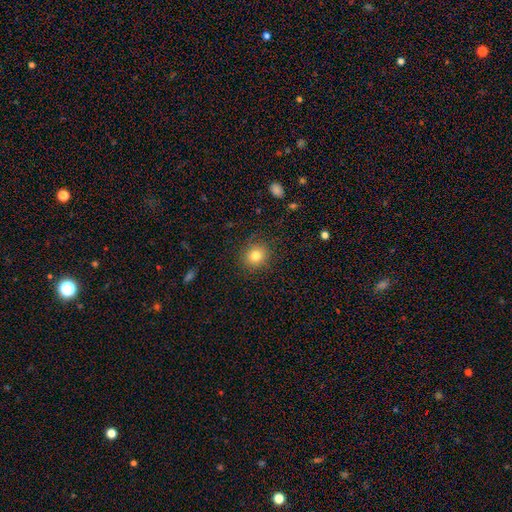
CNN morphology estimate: smooth-or-featured: smooth: 81% | star or artifact: 12% | featured or disk: 8%
  how-rounded: round: 85% | in between: 14% | cigar-shaped: 1%
  merging: none: 87% | minor disturbance: 9% | major disturbance: 3% | merger: 1%